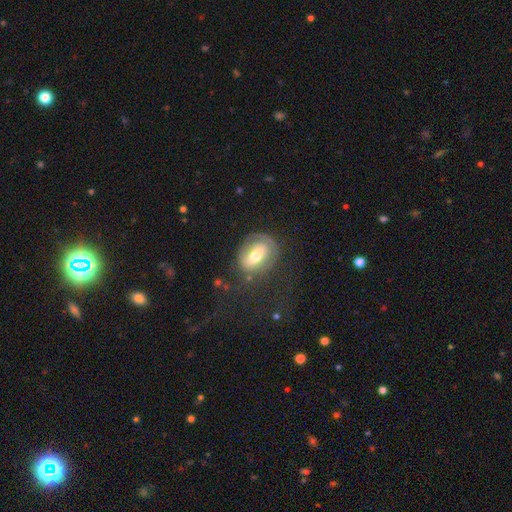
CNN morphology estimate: This appears to be a smooth galaxy with no disk features (46%, tied with featured or disk). Merging: none (57%).